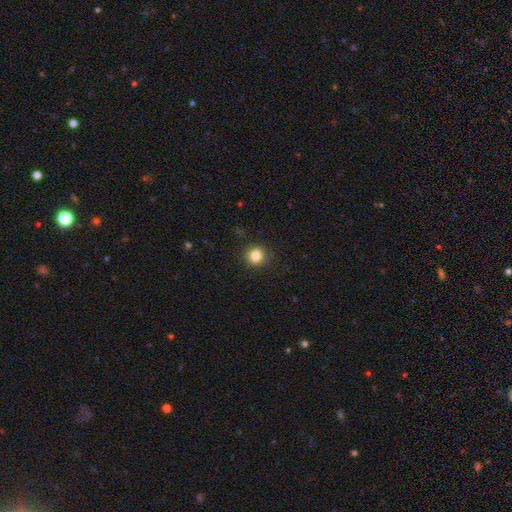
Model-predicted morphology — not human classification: Smooth or featured? Predicted: smooth (p=0.84). How rounded? Predicted: round (p=0.91). Merging? Predicted: none (p=0.90).